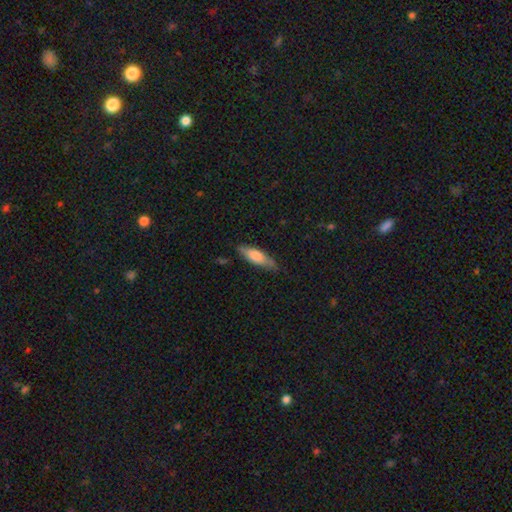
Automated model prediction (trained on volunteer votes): Q: Smooth or featured?
A: smooth (72%); runner-up: featured or disk (22%)
Q: How rounded?
A: in between (51%); runner-up: cigar-shaped (47%)
Q: Merging?
A: none (76%); runner-up: minor disturbance (19%)